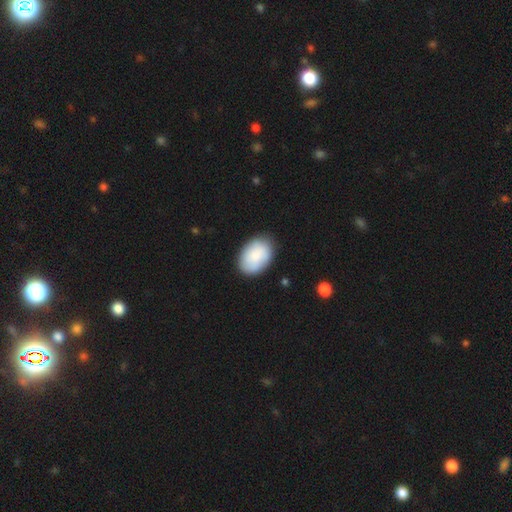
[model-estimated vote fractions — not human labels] smooth_or_featured: smooth (p=0.82) [alt: featured or disk p=0.12]
how_rounded: in between (p=0.83) [alt: round p=0.16]
merging: none (p=0.80) [alt: minor disturbance p=0.15]